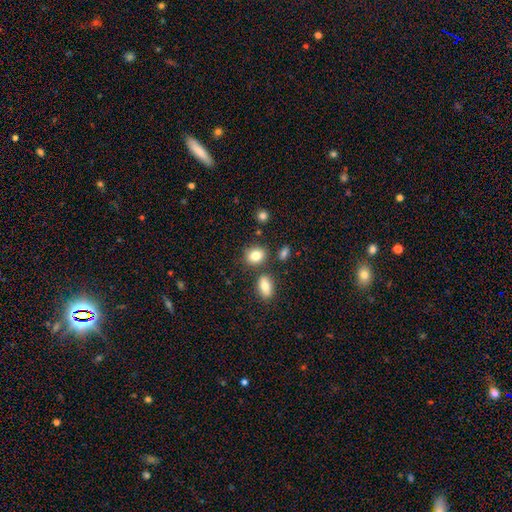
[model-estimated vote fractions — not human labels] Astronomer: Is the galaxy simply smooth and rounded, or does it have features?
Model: smooth — 82%.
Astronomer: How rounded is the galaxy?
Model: round — 53% (runner-up: in between, 45%).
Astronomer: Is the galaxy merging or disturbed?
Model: none — 75%.